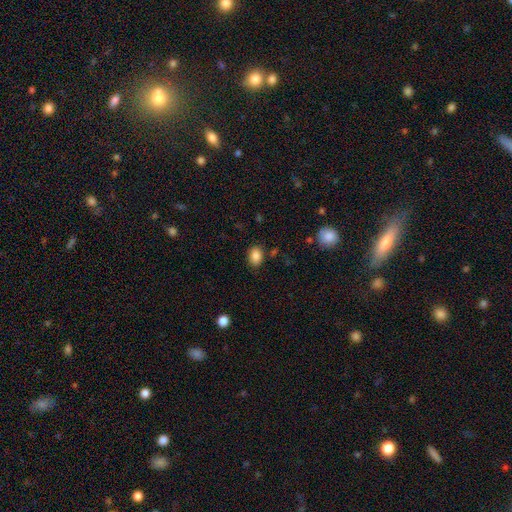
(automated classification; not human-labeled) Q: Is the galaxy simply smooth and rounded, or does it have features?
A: smooth — 86%.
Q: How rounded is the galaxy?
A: in between — 73%.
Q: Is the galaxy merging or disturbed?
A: none — 83%.